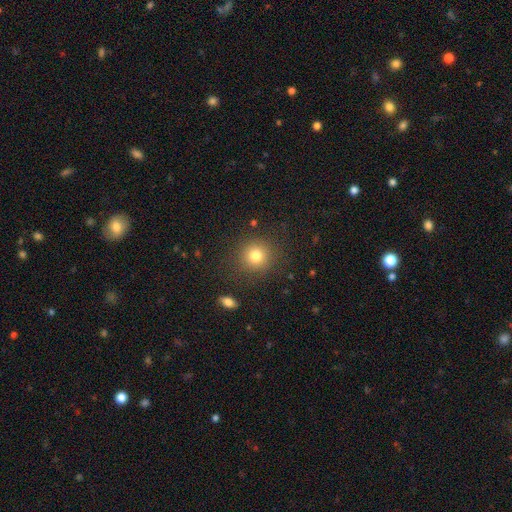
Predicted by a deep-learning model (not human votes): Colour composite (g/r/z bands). It shows a smooth galaxy with no disk features (80%) that is round (92%). Merging: none (88%).